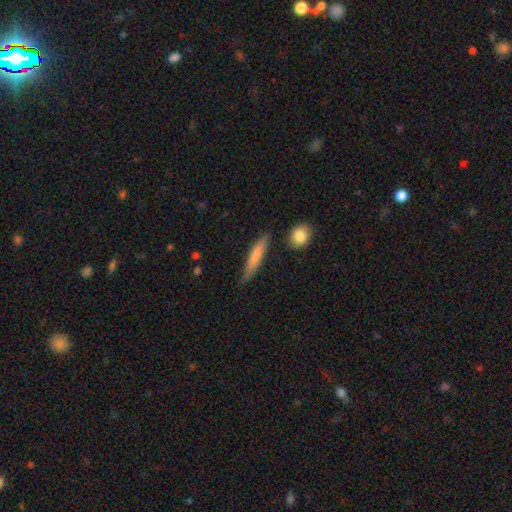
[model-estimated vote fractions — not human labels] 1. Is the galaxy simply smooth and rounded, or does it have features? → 74% smooth, 20% featured or disk, 6% star or artifact.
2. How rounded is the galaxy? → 89% cigar-shaped, 9% in between, 2% round.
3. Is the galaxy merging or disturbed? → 80% none, 14% minor disturbance, 3% merger, 3% major disturbance.